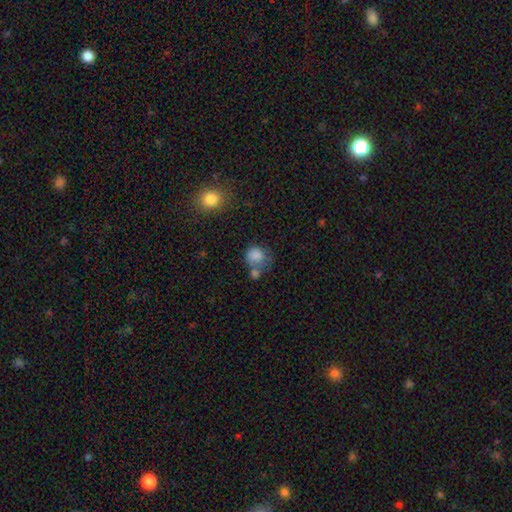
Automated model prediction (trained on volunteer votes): Smooth or featured? Predicted: smooth (p=0.81). How rounded? Predicted: round (p=0.73). Merging? Predicted: none (p=0.38).